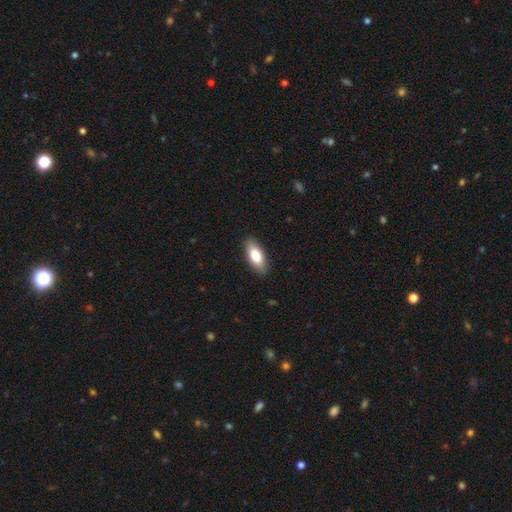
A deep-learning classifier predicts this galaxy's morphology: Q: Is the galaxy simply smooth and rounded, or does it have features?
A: smooth — 79%.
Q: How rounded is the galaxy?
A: in between — 83%.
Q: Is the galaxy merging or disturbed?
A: none — 88%.